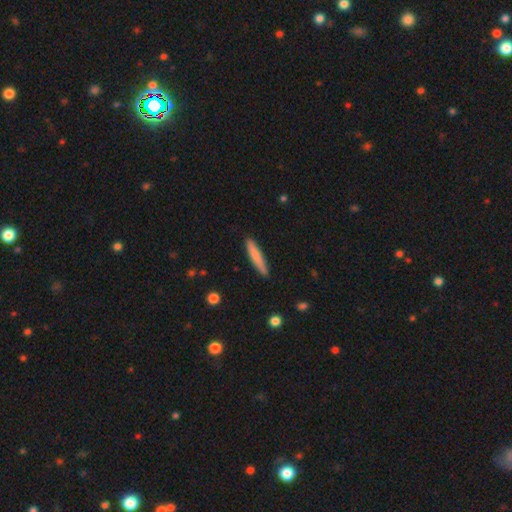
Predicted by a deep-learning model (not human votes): Morphology: type=smooth (75%); roundness=cigar-shaped (92%); merging=none (88%).